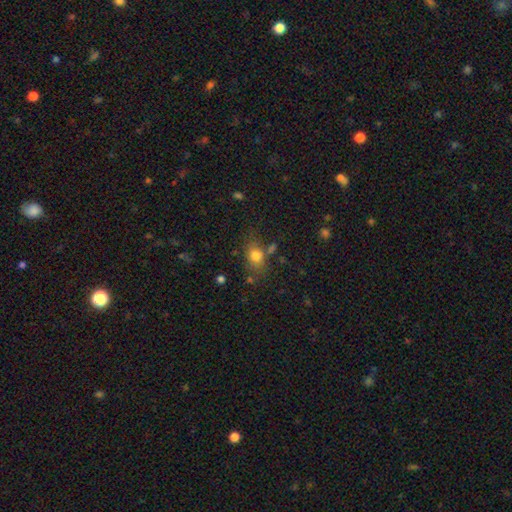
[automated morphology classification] Smooth or featured: smooth — 78% (star or artifact — 12%)
How rounded: in between — 54% (round — 45%)
Merging: none — 66% (minor disturbance — 18%)